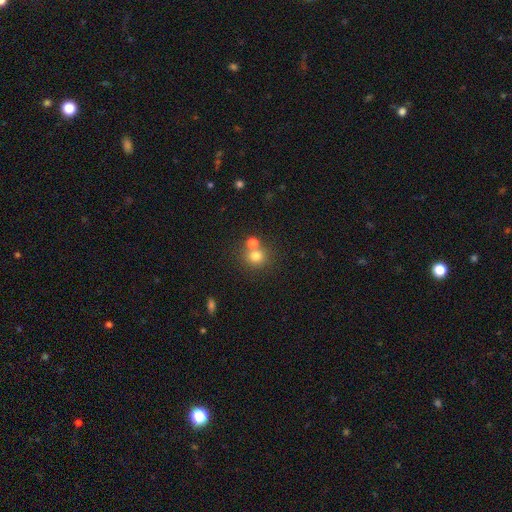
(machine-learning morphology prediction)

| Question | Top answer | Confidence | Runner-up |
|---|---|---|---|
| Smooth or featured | smooth | 77% | star or artifact (14%) |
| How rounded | round | 86% | in between (13%) |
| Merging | none | 57% | merger (32%) |